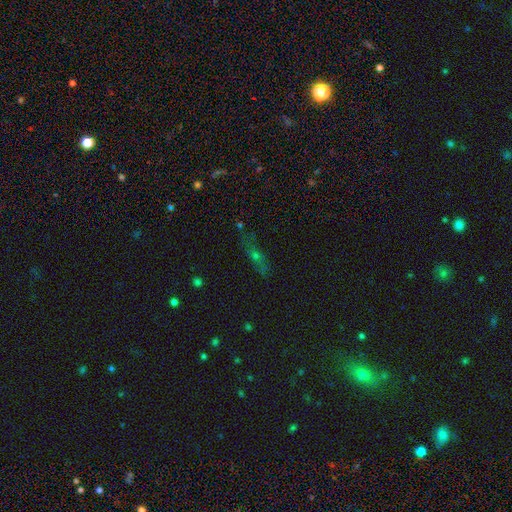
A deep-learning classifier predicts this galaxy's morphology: type=smooth (42%); merging=none (64%).